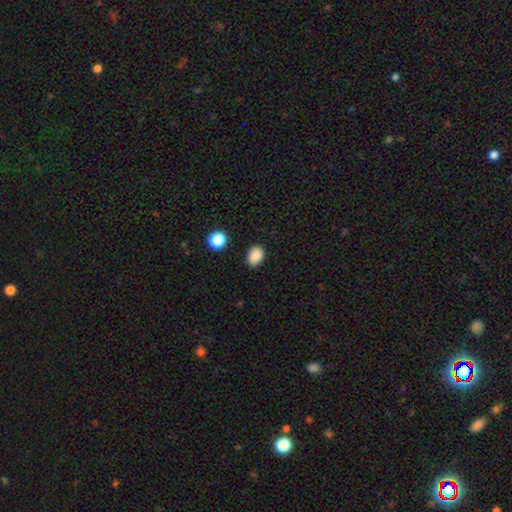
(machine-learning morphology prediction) This appears to be a smooth galaxy with no disk features (86%) that is in between round and cigar-shaped (71%). Merging: none (84%).